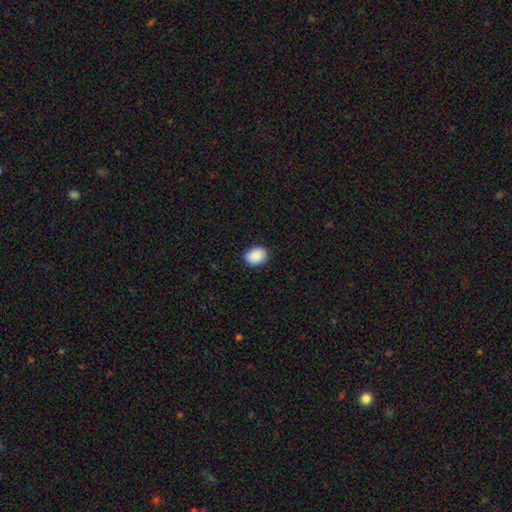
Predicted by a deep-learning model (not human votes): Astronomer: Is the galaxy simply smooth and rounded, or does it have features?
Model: smooth — 91%.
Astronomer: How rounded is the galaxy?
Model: in between — 70%.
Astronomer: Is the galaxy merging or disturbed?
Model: none — 88%.